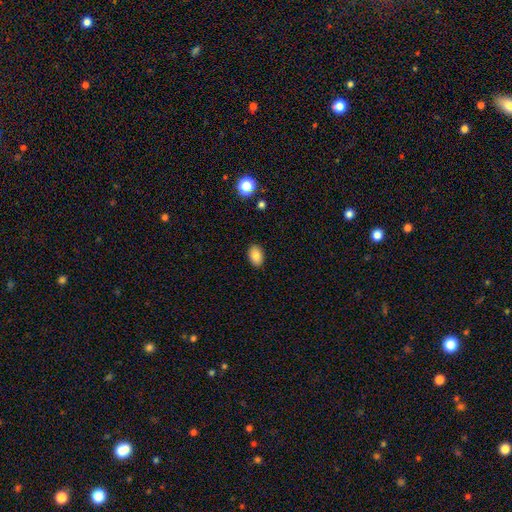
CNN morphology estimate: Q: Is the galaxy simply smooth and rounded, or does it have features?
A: smooth — 84%.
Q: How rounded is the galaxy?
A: in between — 86%.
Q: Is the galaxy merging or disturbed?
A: none — 88%.